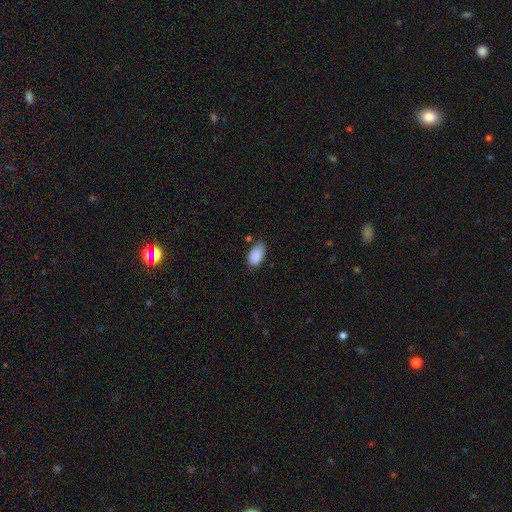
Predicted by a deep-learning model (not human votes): A smooth galaxy with no disk features (89%) that is in between round and cigar-shaped (94%).

Vote fractions:
- Smooth or featured? smooth: 89% / star or artifact: 7% / featured or disk: 4%
- How rounded? in between: 94% / round: 4% / cigar-shaped: 2%
- Merging? none: 66% / minor disturbance: 26% / major disturbance: 5% / merger: 3%